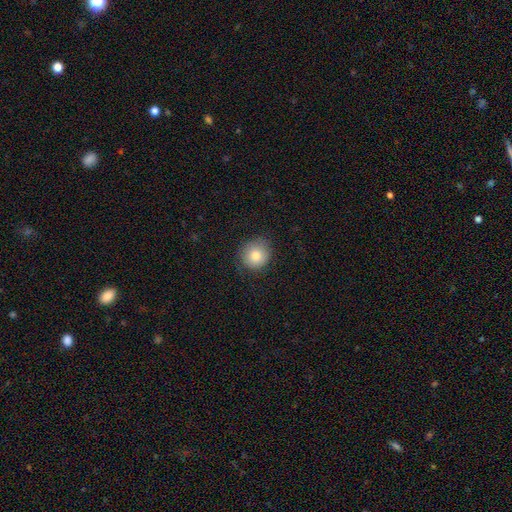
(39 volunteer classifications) smooth_or_featured: smooth (p=0.85) [alt: featured or disk p=0.10]
how_rounded: round (p=0.85) [alt: in between p=0.15]
merging: none (p=0.76) [alt: minor disturbance p=0.16]